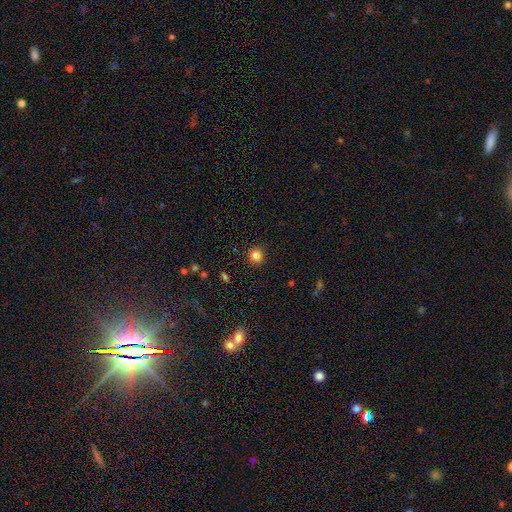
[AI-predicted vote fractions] Q: Smooth or featured?
A: smooth (82%); runner-up: star or artifact (13%)
Q: How rounded?
A: round (92%); runner-up: in between (7%)
Q: Merging?
A: none (91%); runner-up: minor disturbance (5%)